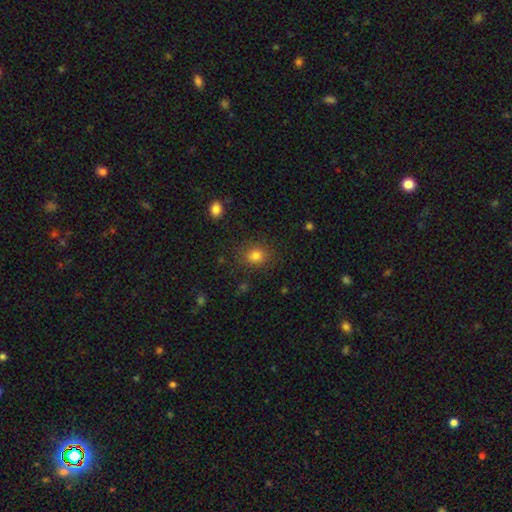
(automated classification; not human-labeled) Smooth or featured?
  - smooth: 82% *
  - star or artifact: 12%
  - featured or disk: 6%
How rounded?
  - round: 69% *
  - in between: 30%
  - cigar-shaped: 1%
Merging?
  - none: 83% *
  - minor disturbance: 11%
  - major disturbance: 4%
  - merger: 2%